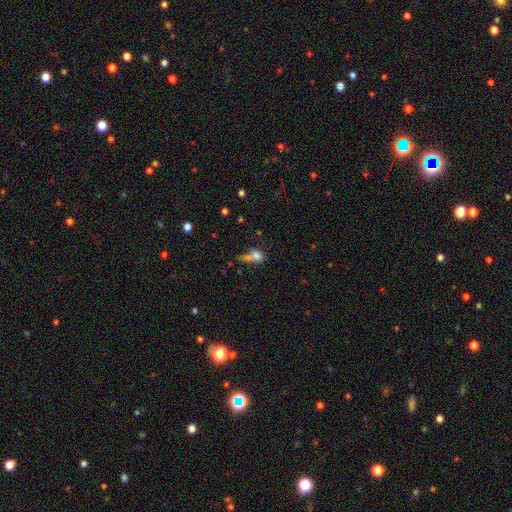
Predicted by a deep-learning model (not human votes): Q: Smooth or featured?
A: smooth (69%); runner-up: featured or disk (18%)
Q: How rounded?
A: in between (55%); runner-up: round (36%)
Q: Merging?
A: merger (41%); runner-up: none (27%)